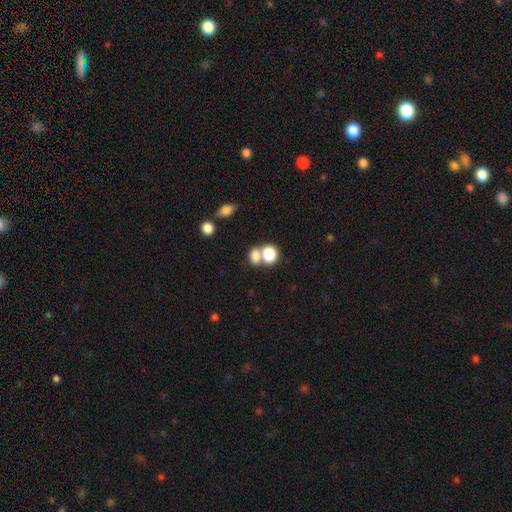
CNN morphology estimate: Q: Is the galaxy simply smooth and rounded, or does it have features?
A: smooth — 78%.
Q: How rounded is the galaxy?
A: in between — 52%.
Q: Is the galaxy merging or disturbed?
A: merger — 50%.